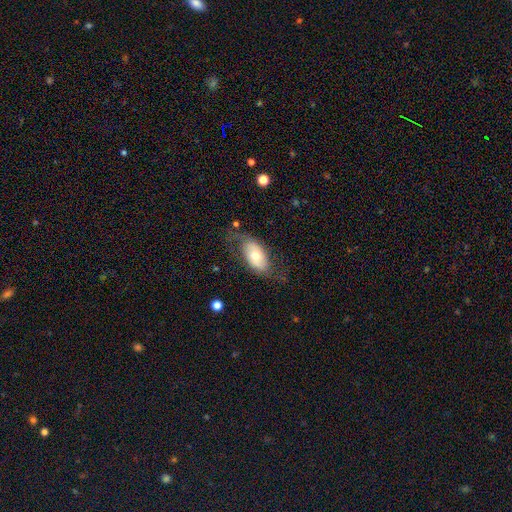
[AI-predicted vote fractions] smooth_or_featured: smooth (p=0.47) [alt: featured or disk p=0.46]
merging: none (p=0.60) [alt: minor disturbance p=0.22]